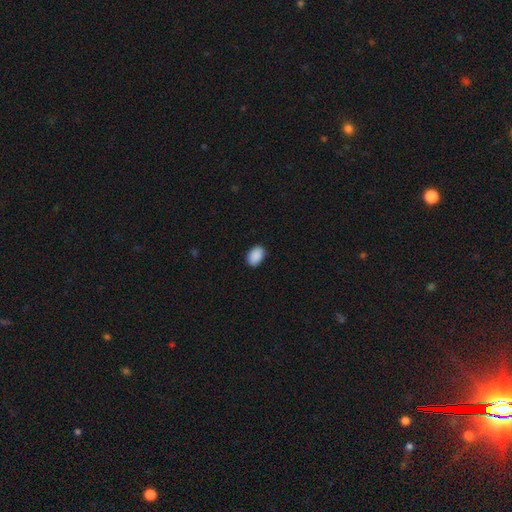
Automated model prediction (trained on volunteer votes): smooth 91%, star or artifact 7%, featured or disk 2%. Down the decision tree: how rounded — in between (89%); merging — none (89%).